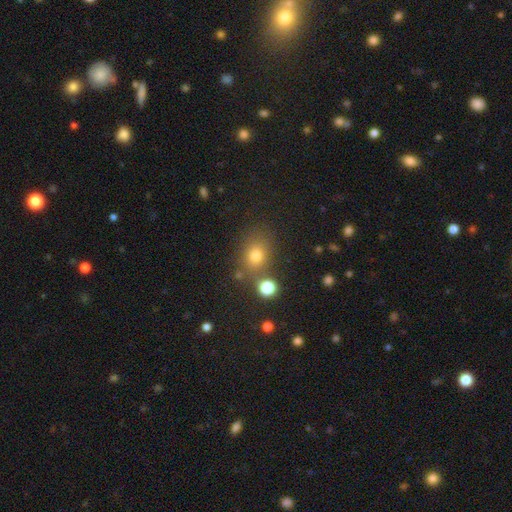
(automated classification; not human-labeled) This is likely a smooth galaxy (72%). How rounded: possibly round (58%). Merging: likely none (72%).